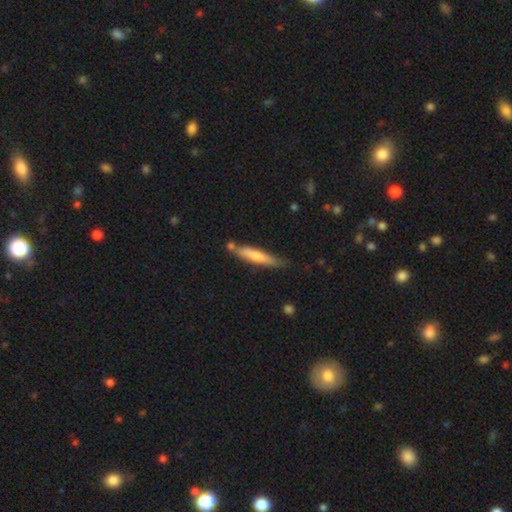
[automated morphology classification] smooth_or_featured: smooth (p=0.64) [alt: featured or disk p=0.31]
how_rounded: cigar-shaped (p=0.89) [alt: in between p=0.10]
merging: none (p=0.65) [alt: minor disturbance p=0.20]